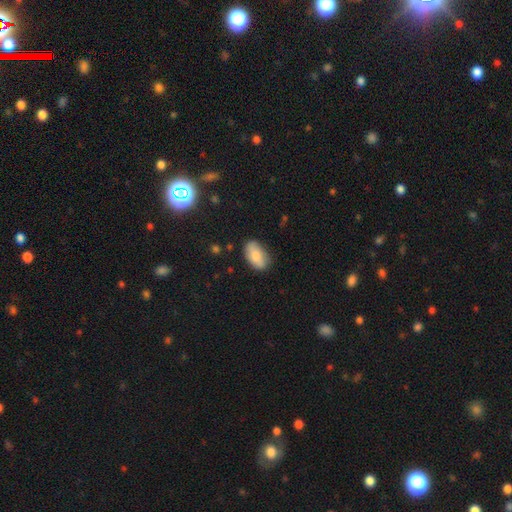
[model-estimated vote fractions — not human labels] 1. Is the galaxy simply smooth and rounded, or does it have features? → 76% smooth, 17% featured or disk, 7% star or artifact.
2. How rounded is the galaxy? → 93% in between, 5% round, 3% cigar-shaped.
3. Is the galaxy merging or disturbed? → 74% none, 20% minor disturbance, 4% major disturbance, 2% merger.